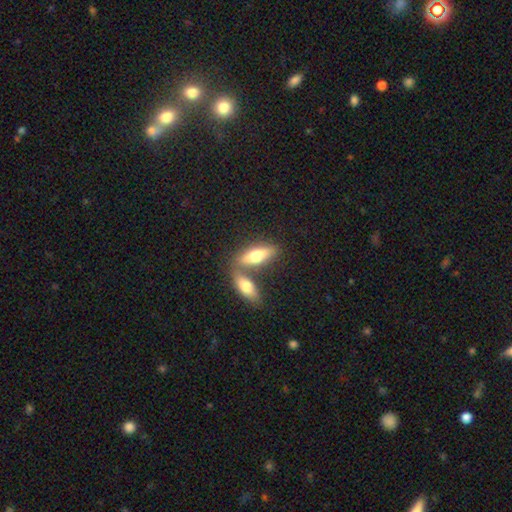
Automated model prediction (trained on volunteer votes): This appears to be a smooth galaxy with no disk features (62%) that is in between round and cigar-shaped (60%). Merging: merger (45%).